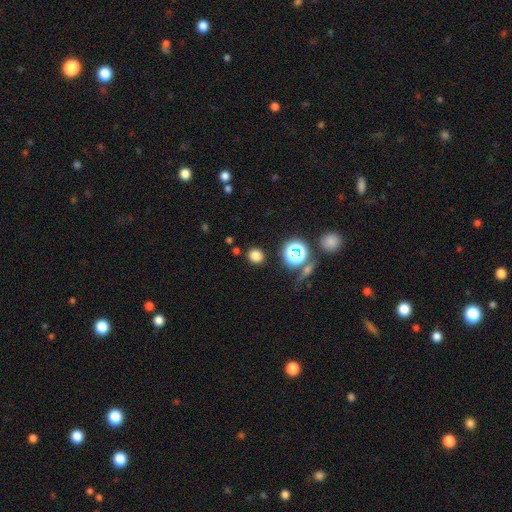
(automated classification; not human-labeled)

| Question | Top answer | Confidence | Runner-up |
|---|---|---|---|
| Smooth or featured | smooth | 74% | star or artifact (21%) |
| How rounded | round | 86% | in between (13%) |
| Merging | none | 87% | minor disturbance (7%) |